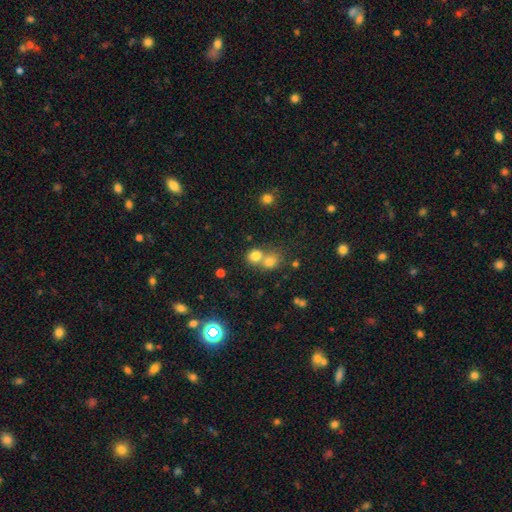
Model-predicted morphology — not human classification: This appears to be a smooth galaxy with no disk features (77%) that is round (74%). Merging: merger (52%).